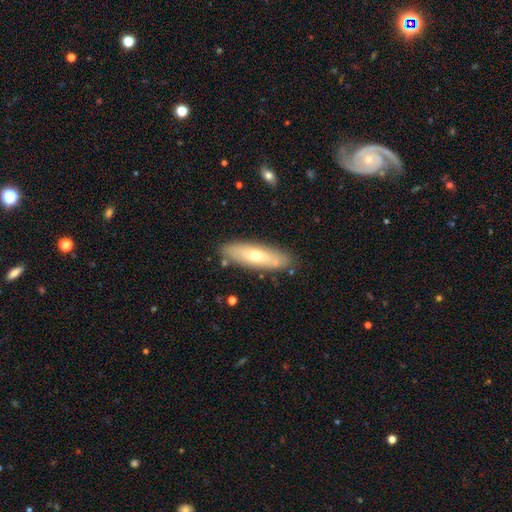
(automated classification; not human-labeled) smooth-or-featured: smooth: 53% | featured or disk: 40% | star or artifact: 7%
  how-rounded: cigar-shaped: 55% | in between: 43% | round: 2%
  merging: none: 84% | minor disturbance: 11% | merger: 3% | major disturbance: 2%